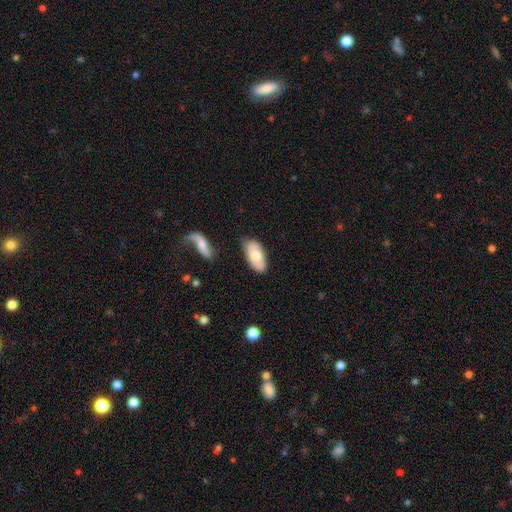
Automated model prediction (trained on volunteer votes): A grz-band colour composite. It shows a smooth galaxy with no disk features (71%) that is in between round and cigar-shaped (93%). Merging: none (78%).